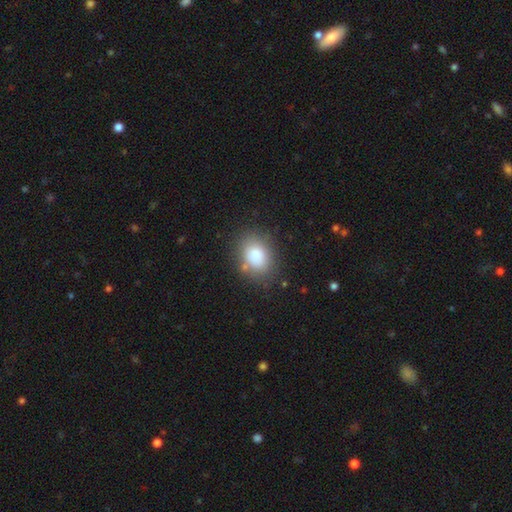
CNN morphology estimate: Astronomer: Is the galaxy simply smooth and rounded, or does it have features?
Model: smooth — 83%.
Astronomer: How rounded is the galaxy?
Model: in between — 63%.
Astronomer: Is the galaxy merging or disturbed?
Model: none — 76%.